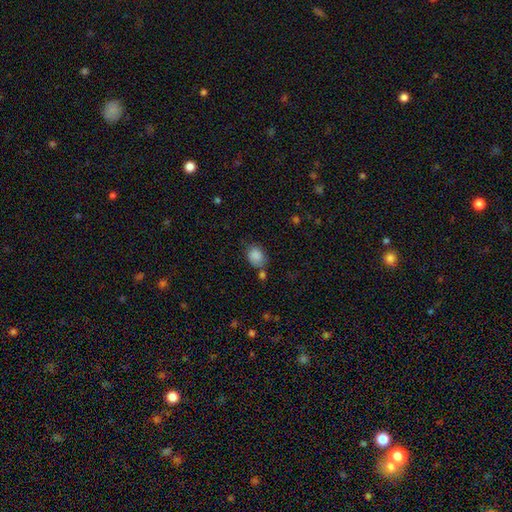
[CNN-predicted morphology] smooth-or-featured: smooth: 86% | star or artifact: 8% | featured or disk: 5%
  how-rounded: in between: 54% | round: 45% | cigar-shaped: 1%
  merging: none: 60% | minor disturbance: 21% | merger: 13% | major disturbance: 6%